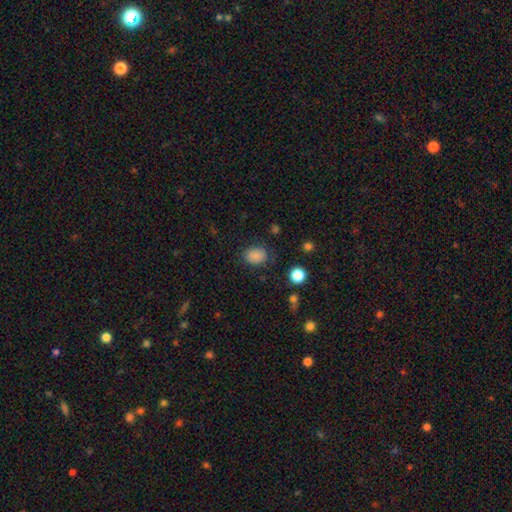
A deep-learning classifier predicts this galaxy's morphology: Smooth or featured?
  - smooth: 85% *
  - star or artifact: 11%
  - featured or disk: 4%
How rounded?
  - in between: 64% *
  - round: 35%
  - cigar-shaped: 1%
Merging?
  - none: 79% *
  - minor disturbance: 15%
  - major disturbance: 5%
  - merger: 2%